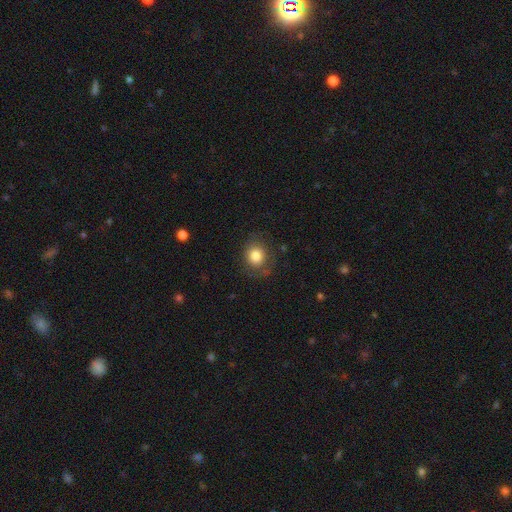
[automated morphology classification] This is clearly a smooth galaxy (80%). How rounded: likely round (74%). Merging: likely none (75%).